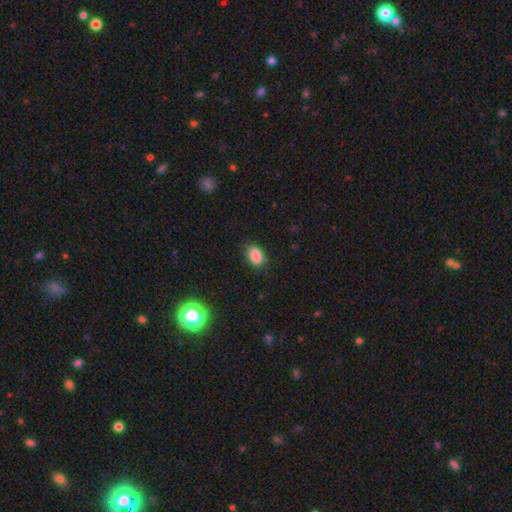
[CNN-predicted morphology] This appears to be a smooth galaxy with no disk features (87%) that is in between round and cigar-shaped (83%). Merging: none (79%).